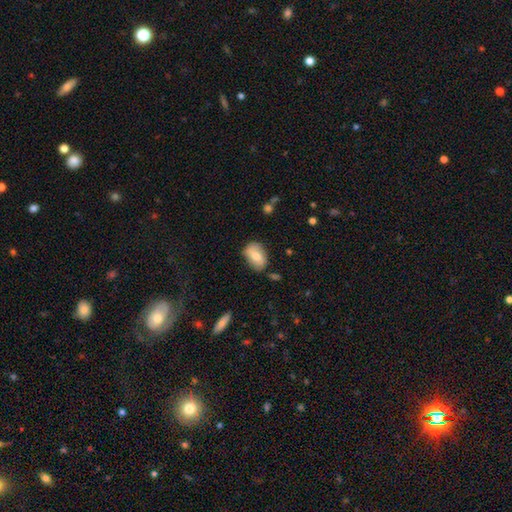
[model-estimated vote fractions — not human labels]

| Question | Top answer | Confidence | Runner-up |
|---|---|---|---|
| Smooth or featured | smooth | 71% | featured or disk (22%) |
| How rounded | in between | 85% | round (14%) |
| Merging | none | 70% | minor disturbance (23%) |